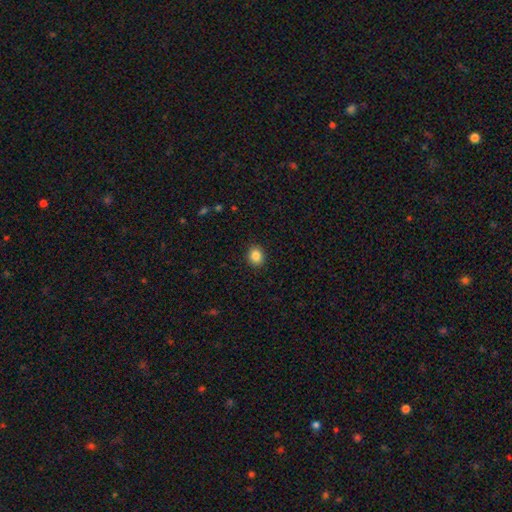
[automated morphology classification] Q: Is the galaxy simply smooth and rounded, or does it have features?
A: smooth — 86%.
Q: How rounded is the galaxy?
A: round — 65%.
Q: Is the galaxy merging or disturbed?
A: none — 91%.